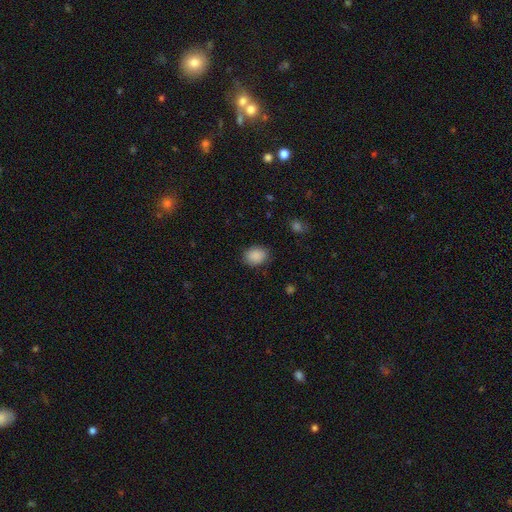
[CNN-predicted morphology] Smooth or featured?
  - smooth: 89% *
  - star or artifact: 8%
  - featured or disk: 4%
How rounded?
  - in between: 58% *
  - round: 41%
  - cigar-shaped: 1%
Merging?
  - none: 82% *
  - minor disturbance: 13%
  - major disturbance: 3%
  - merger: 1%